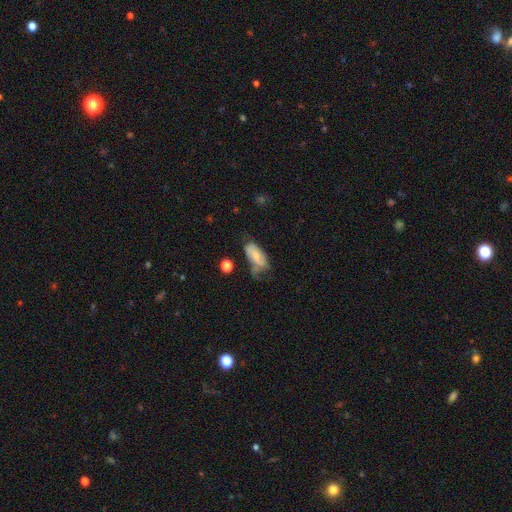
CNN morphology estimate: Overall: smooth (60%; featured or disk 32%). How rounded: in between (89%). Merging: none (35%; minor disturbance 34%).